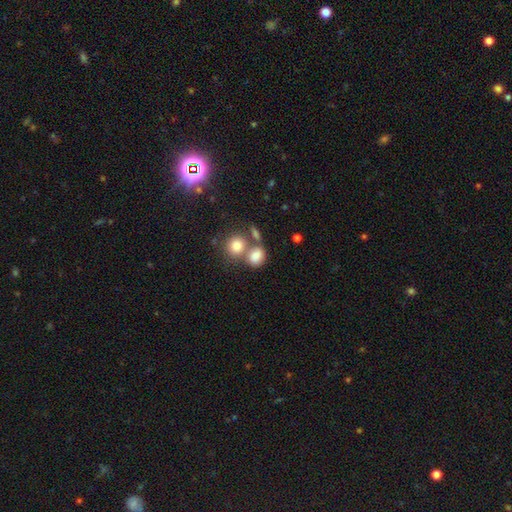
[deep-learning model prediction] A smooth galaxy with no disk features (80%) that is round (50%). Merging: merger (42%).